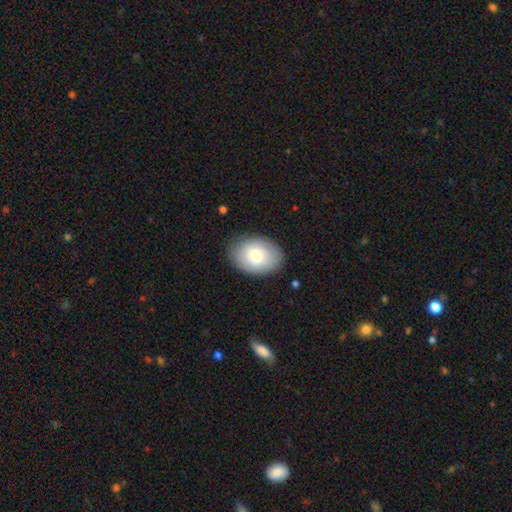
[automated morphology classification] smooth_or_featured: smooth (p=0.74) [alt: featured or disk p=0.19]
how_rounded: in between (p=0.80) [alt: round p=0.19]
merging: none (p=0.84) [alt: minor disturbance p=0.12]